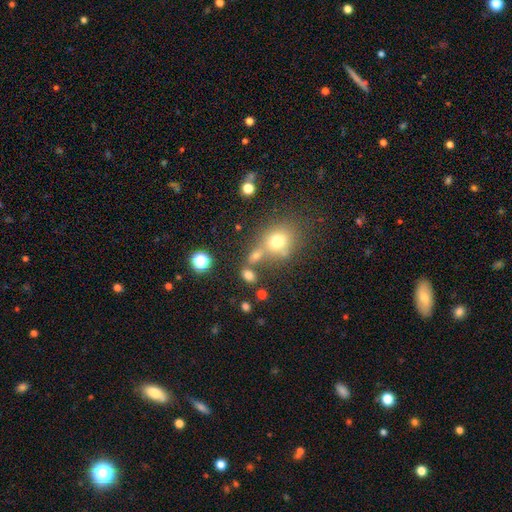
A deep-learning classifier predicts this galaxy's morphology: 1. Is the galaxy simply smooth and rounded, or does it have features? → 68% smooth, 19% star or artifact, 13% featured or disk.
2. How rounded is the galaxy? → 57% in between, 38% round, 5% cigar-shaped.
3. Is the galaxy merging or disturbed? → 52% none, 31% merger, 11% minor disturbance, 6% major disturbance.